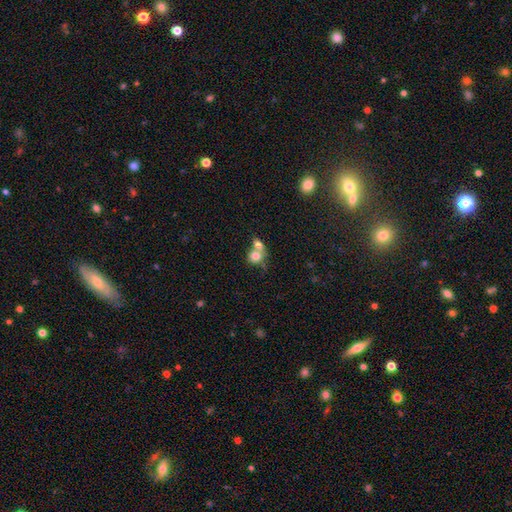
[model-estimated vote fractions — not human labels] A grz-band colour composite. It shows a smooth galaxy with no disk features (77%) that is round (68%). Merging: merger (63%).